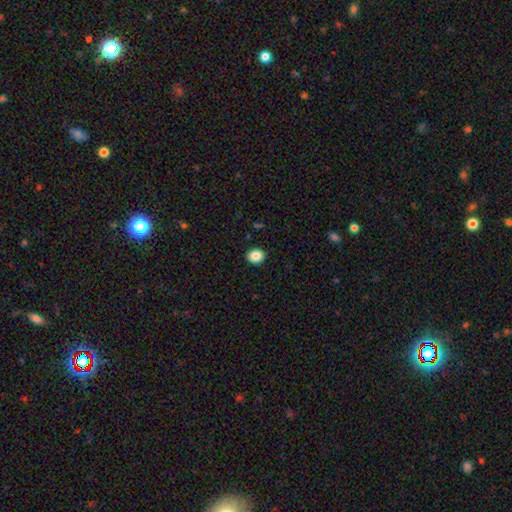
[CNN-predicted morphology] A smooth galaxy with no disk features (87%) that is round (61%). Merging: none (91%).